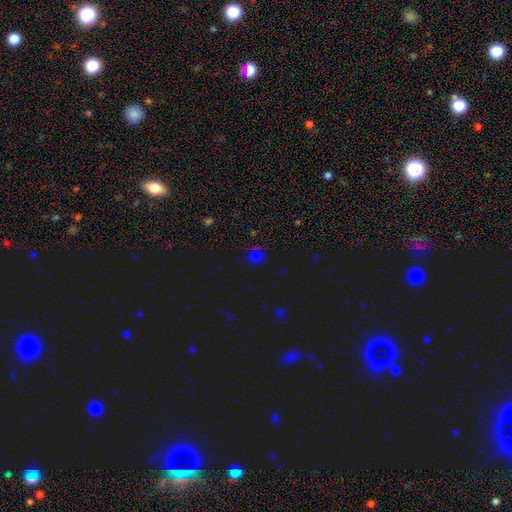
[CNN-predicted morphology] Q: Smooth or featured?
A: smooth (54%); runner-up: star or artifact (40%)
Q: How rounded?
A: round (86%); runner-up: in between (13%)
Q: Merging?
A: none (77%); runner-up: minor disturbance (15%)